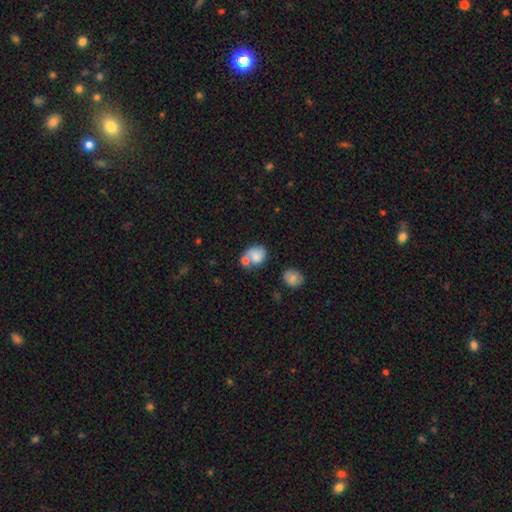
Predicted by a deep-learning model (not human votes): smooth_or_featured: smooth (p=0.73) [alt: featured or disk p=0.18]
how_rounded: round (p=0.50) [alt: in between p=0.49]
merging: merger (p=0.41) [alt: none p=0.34]